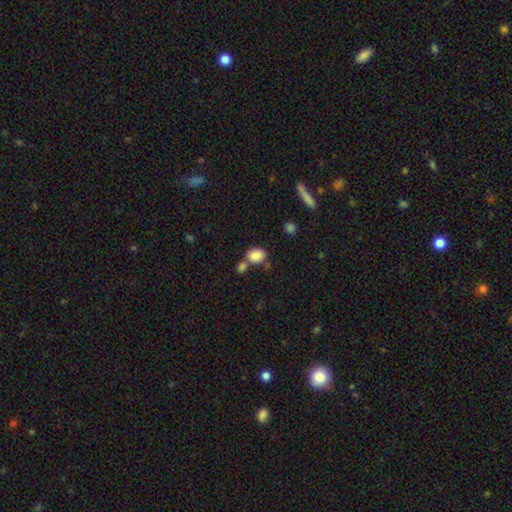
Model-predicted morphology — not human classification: This is clearly a smooth galaxy (85%). How rounded: likely in between (70%). Merging: possibly none (48%).